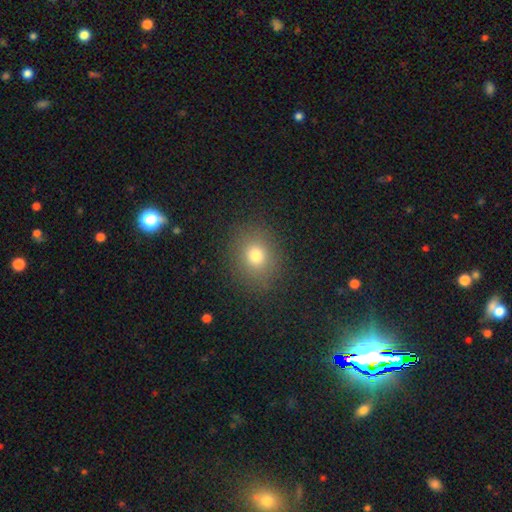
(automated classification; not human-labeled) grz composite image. It shows a smooth galaxy with no disk features (76%) that is round (70%). Merging: none (87%).